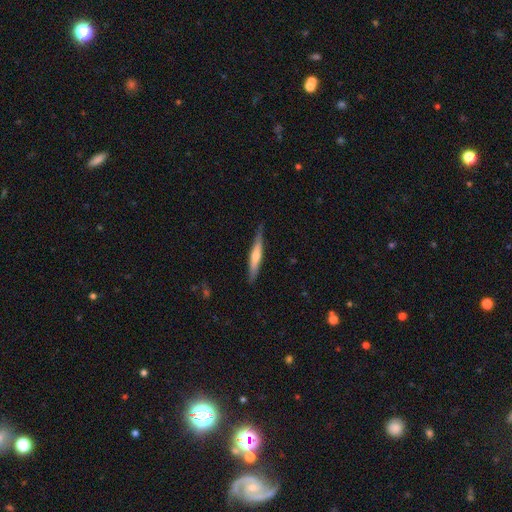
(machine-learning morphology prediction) The model was most divided on "smooth or featured": featured or disk: 48%, smooth: 46%, star or artifact: 6%. More confident: merging — none (83%).